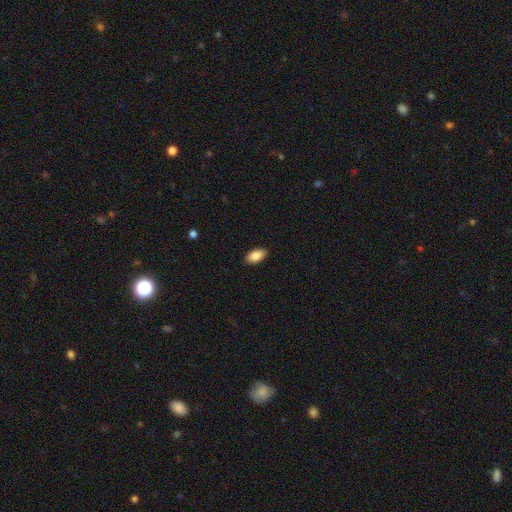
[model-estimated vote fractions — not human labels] This appears to be a smooth galaxy with no disk features (88%) that is in between round and cigar-shaped (94%). Merging: none (90%).